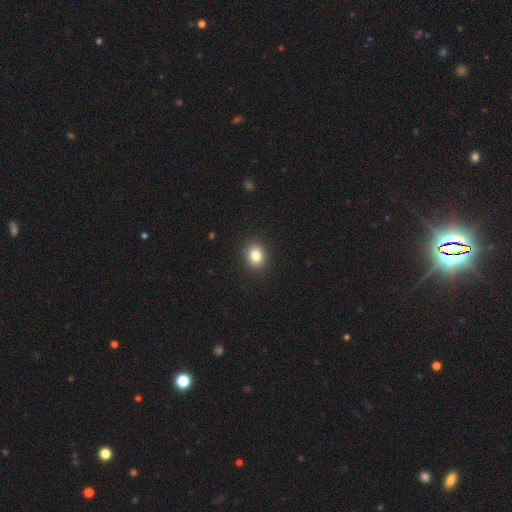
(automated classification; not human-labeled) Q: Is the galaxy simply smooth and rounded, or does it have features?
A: smooth — 83%.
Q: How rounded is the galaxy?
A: round — 64%.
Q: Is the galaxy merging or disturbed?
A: none — 91%.